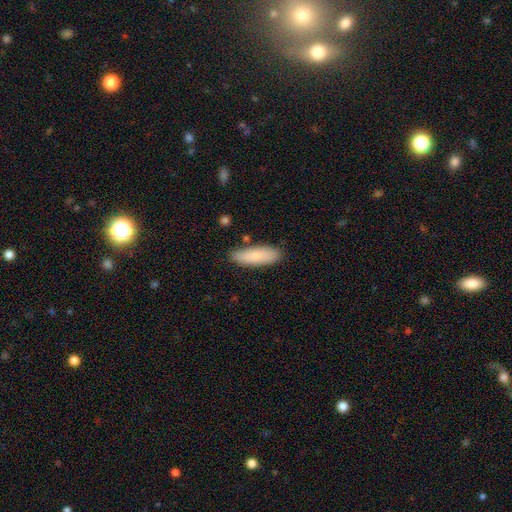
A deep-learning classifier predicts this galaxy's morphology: A smooth galaxy with no disk features (84%) that is in between round and cigar-shaped (54%). Merging: none (83%).